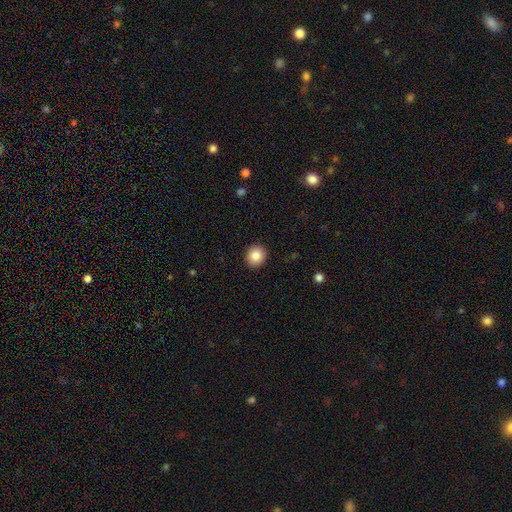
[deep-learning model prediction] Overall: smooth (86%). How rounded: round (85%). Merging: none (92%).